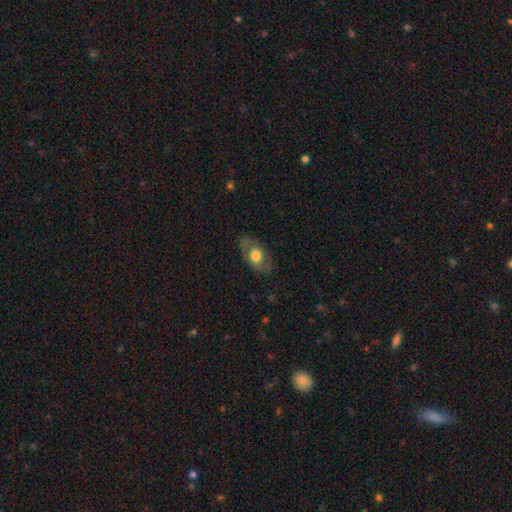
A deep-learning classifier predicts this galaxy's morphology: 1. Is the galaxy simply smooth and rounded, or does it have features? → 54% smooth, 40% featured or disk, 6% star or artifact.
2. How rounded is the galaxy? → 86% in between, 11% round, 4% cigar-shaped.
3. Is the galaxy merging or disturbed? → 79% none, 15% minor disturbance, 5% major disturbance, 1% merger.